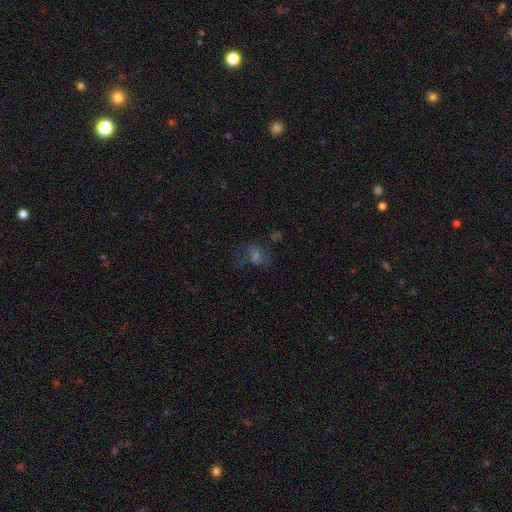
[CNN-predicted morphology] Smooth or featured: smooth — 37% (featured or disk — 31%)
Merging: none — 48% (major disturbance — 28%)